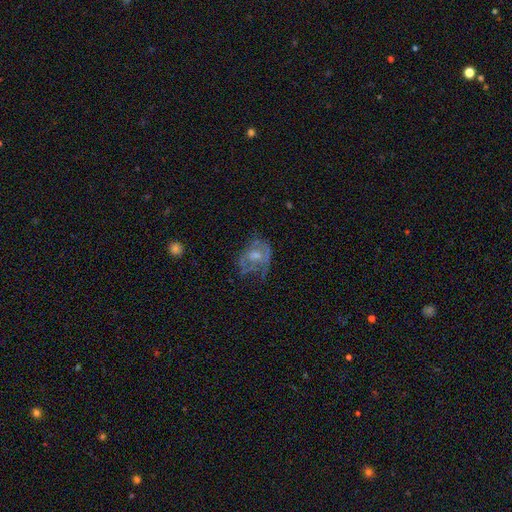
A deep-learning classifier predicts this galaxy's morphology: Overall: featured or disk (60%; smooth 30%). Edge-on disk: no (97%). Bar: no (73%). Spiral arms: no (56%; yes 44%). Bulge size: moderate (50%; small 32%). Merging: none (40%; major disturbance 32%).